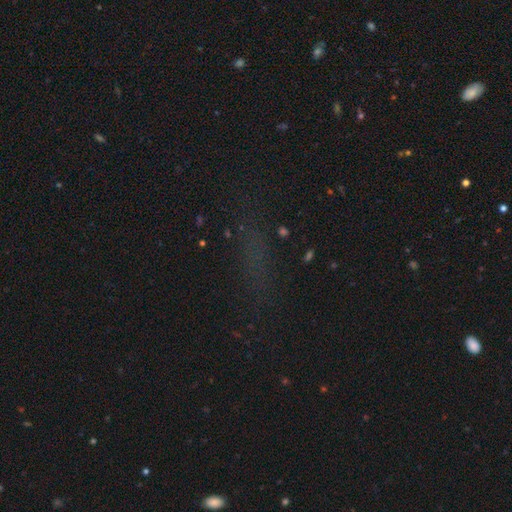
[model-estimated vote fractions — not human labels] Smooth or featured? Predicted: star or artifact (p=0.51).